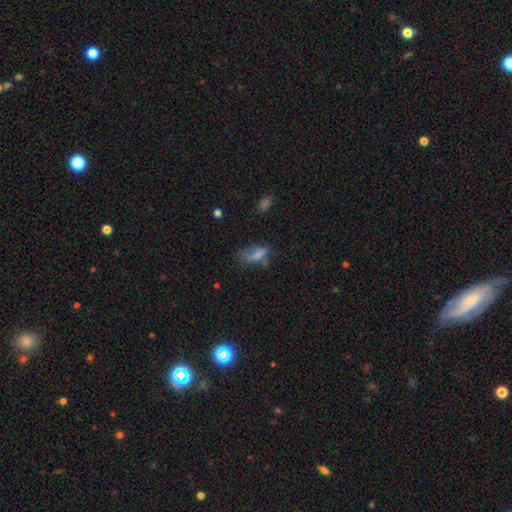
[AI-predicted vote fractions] This is likely a smooth galaxy (61%). How rounded: likely in between (76%). Merging: marginally none (43%).